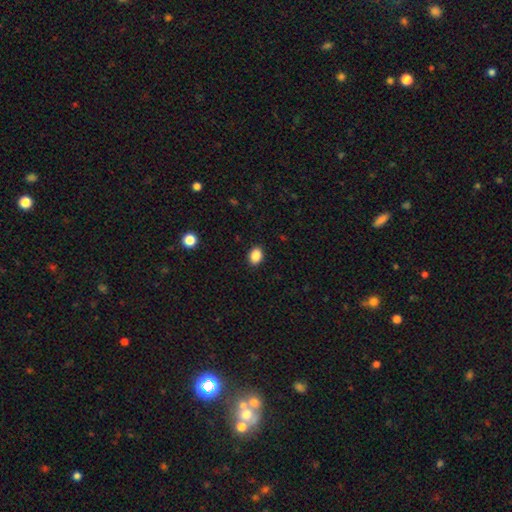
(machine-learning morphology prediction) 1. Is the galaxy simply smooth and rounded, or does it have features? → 88% smooth, 9% star or artifact, 3% featured or disk.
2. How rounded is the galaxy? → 69% in between, 30% round, 1% cigar-shaped.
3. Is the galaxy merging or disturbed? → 90% none, 7% minor disturbance, 2% major disturbance, 1% merger.